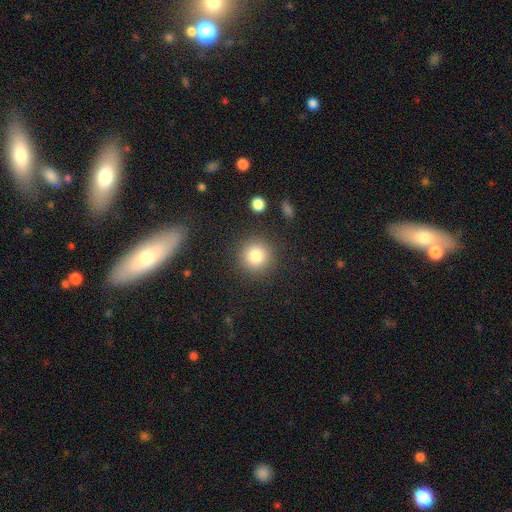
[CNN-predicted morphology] type=smooth (82%); roundness=round (94%); merging=none (87%).